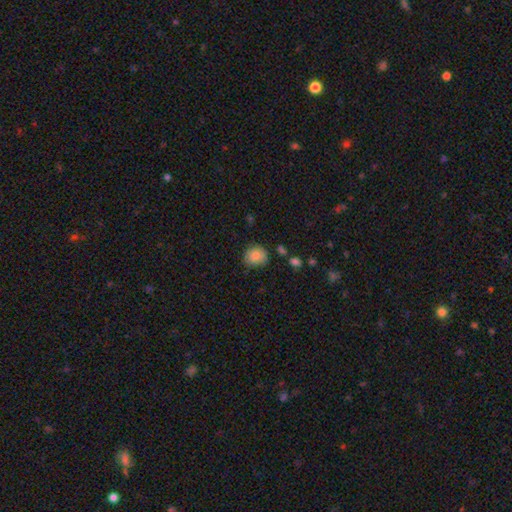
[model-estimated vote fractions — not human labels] Morphology: type=smooth (82%); roundness=round (77%); merging=none (73%).